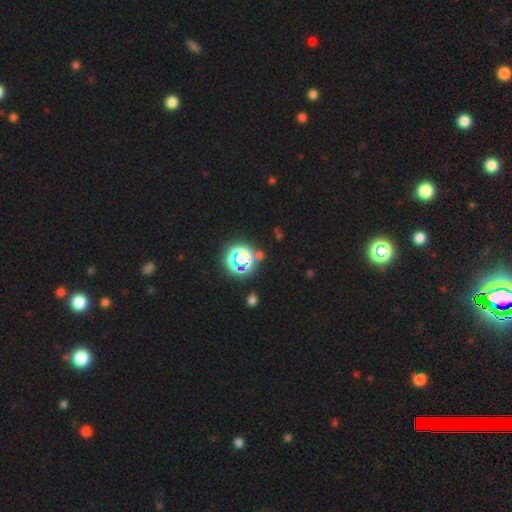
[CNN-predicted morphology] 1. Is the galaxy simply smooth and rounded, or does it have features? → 68% star or artifact, 24% smooth, 9% featured or disk.